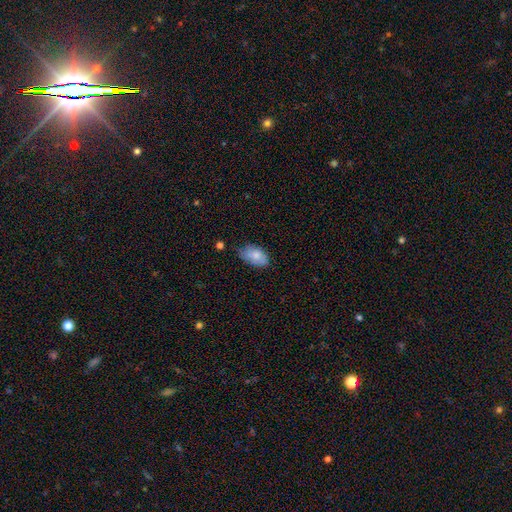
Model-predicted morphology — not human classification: This appears to be a smooth galaxy with no disk features (79%) that is in between round and cigar-shaped (92%). Merging: none (58%).